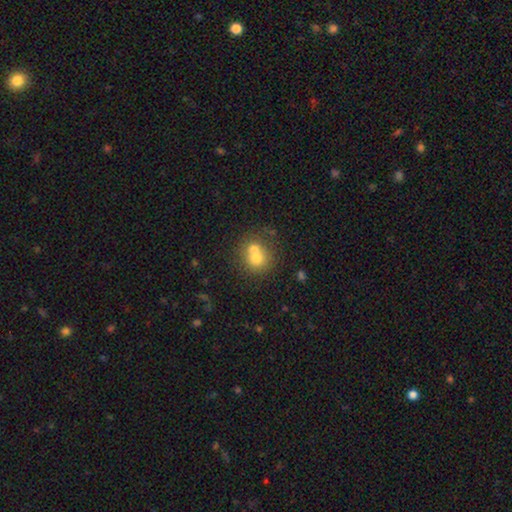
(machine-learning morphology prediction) Overall: smooth (68%). How rounded: round (84%). Merging: merger (53%; none 38%).